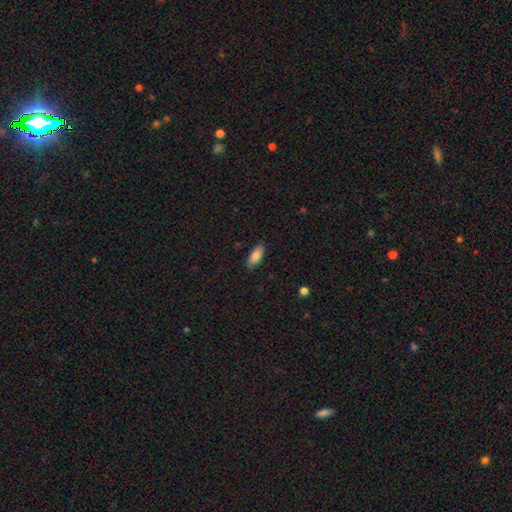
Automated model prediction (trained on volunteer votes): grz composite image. It shows a smooth galaxy with no disk features (84%) that is in between round and cigar-shaped (76%). Merging: none (87%).